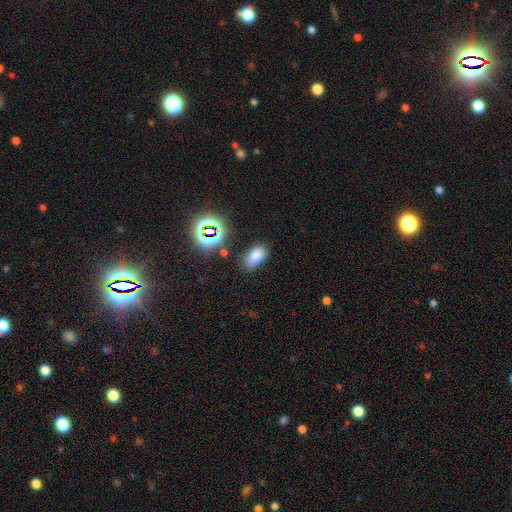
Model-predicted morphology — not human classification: Smooth or featured? smooth (74%)
How rounded? in between (90%)
Merging? none (75%)